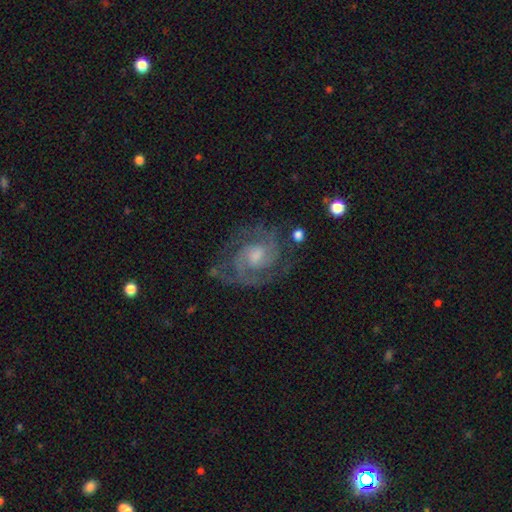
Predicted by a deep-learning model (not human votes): This is clearly a featured or disk galaxy (88%). It is clearly not viewed edge-on (98%). Bar: possibly weak (46%). Spiral arm pattern: clearly yes (97%). Spiral arm count: likely 2 (70%). Spiral winding: possibly tight (50%). Central bulge: marginally moderate (42%). Merging: likely none (73%).